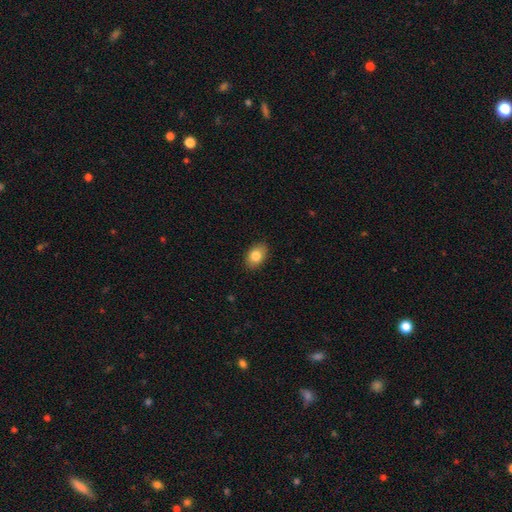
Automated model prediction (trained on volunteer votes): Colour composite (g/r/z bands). It shows a smooth galaxy with no disk features (83%) that is in between round and cigar-shaped (82%). Merging: none (87%).